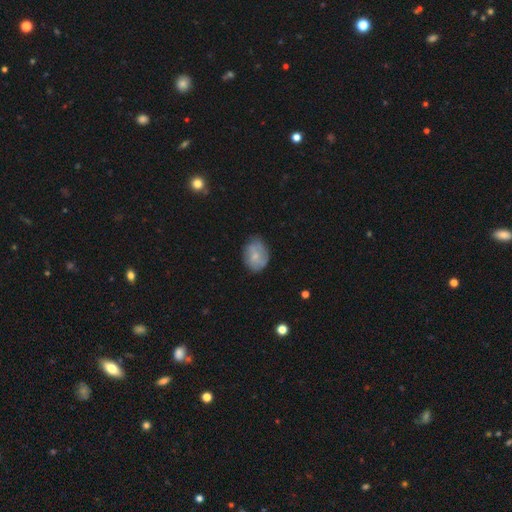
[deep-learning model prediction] Smooth or featured?
  - smooth: 66% *
  - featured or disk: 26%
  - star or artifact: 8%
How rounded?
  - in between: 56% *
  - round: 42%
  - cigar-shaped: 1%
Merging?
  - none: 65% *
  - minor disturbance: 27%
  - major disturbance: 7%
  - merger: 2%